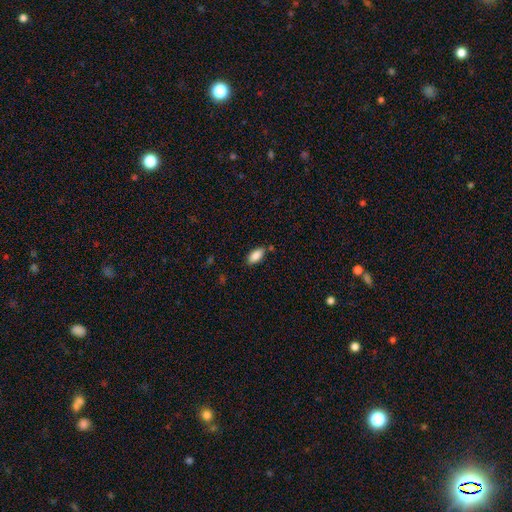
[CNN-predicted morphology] smooth-or-featured: smooth: 87% | star or artifact: 7% | featured or disk: 5%
  how-rounded: in between: 89% | cigar-shaped: 9% | round: 2%
  merging: none: 82% | minor disturbance: 12% | merger: 3% | major disturbance: 3%